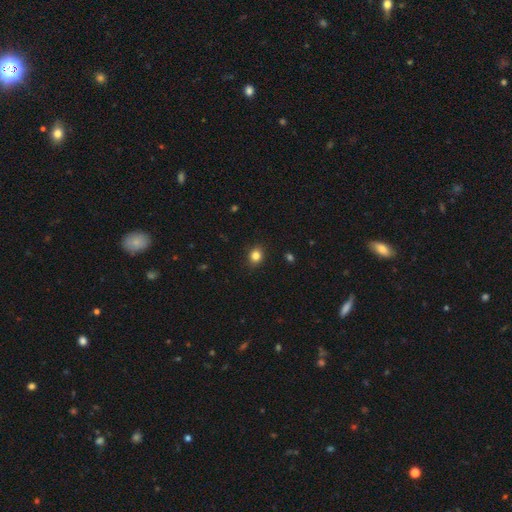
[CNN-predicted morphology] The model was most divided on "how rounded": round: 66%, in between: 33%, cigar-shaped: 1%. More confident: merging — none (89%); smooth or featured — smooth (83%).